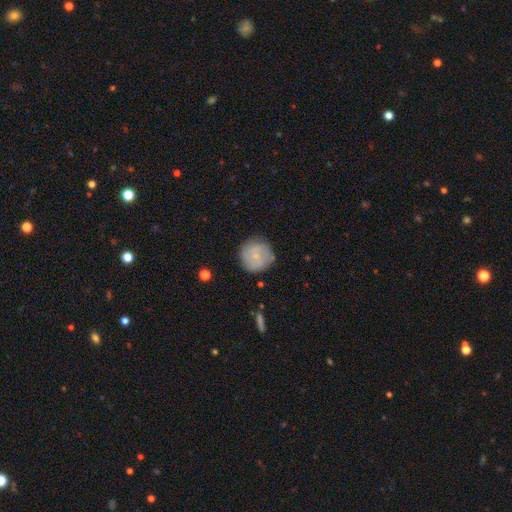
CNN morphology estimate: Overall: smooth (49%; featured or disk 44%). Merging: none (83%).